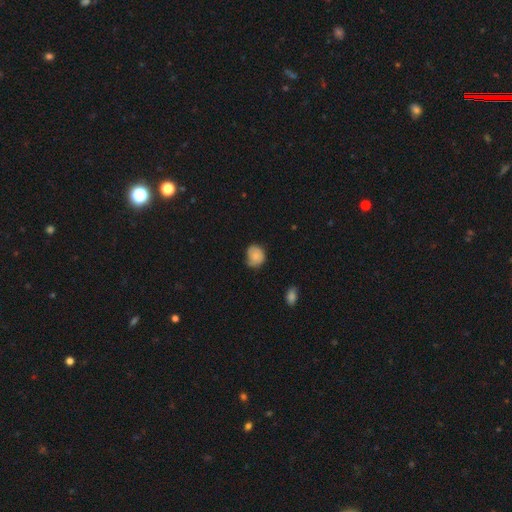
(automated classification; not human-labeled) smooth-or-featured: smooth: 74% | featured or disk: 18% | star or artifact: 8%
  how-rounded: round: 69% | in between: 30% | cigar-shaped: 1%
  merging: none: 54% | minor disturbance: 36% | major disturbance: 8% | merger: 2%